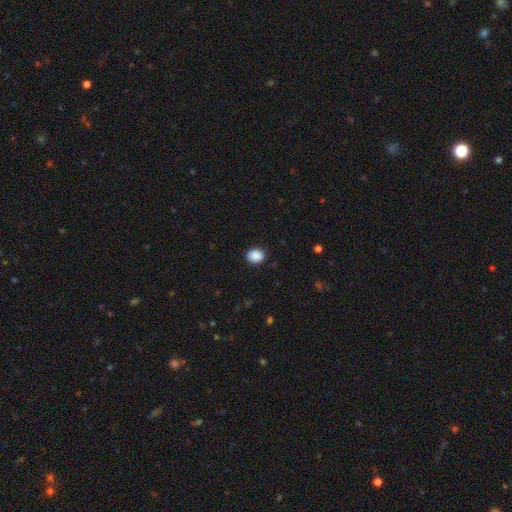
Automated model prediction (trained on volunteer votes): Q: Smooth or featured?
A: smooth (90%); runner-up: star or artifact (8%)
Q: How rounded?
A: in between (57%); runner-up: round (42%)
Q: Merging?
A: none (89%); runner-up: minor disturbance (8%)